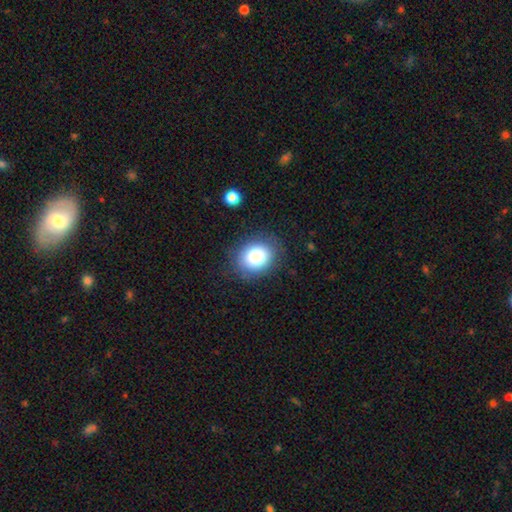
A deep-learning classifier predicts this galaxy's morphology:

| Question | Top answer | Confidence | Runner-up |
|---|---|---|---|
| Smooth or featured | smooth | 81% | star or artifact (10%) |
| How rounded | round | 58% | in between (42%) |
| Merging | none | 83% | minor disturbance (12%) |